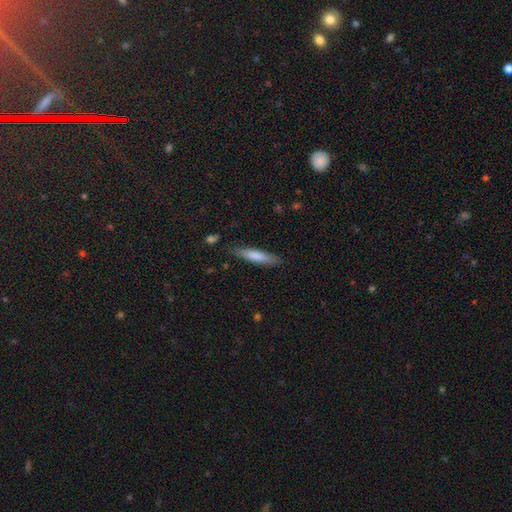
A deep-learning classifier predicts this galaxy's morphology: Q: Smooth or featured?
A: smooth (76%); runner-up: featured or disk (18%)
Q: How rounded?
A: cigar-shaped (83%); runner-up: in between (16%)
Q: Merging?
A: none (83%); runner-up: minor disturbance (13%)